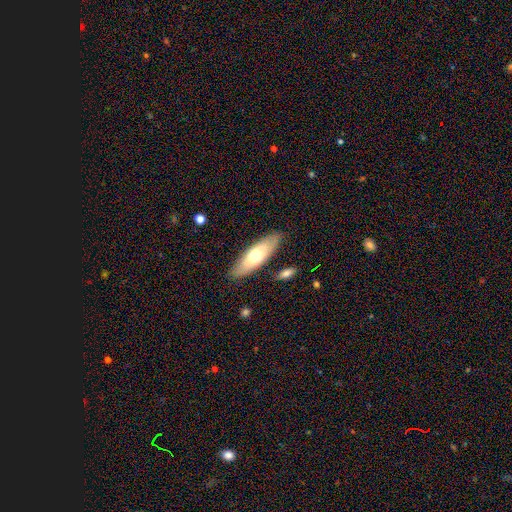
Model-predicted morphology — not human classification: Smooth or featured? smooth (61%)
How rounded? in between (56%)
Merging? none (85%)